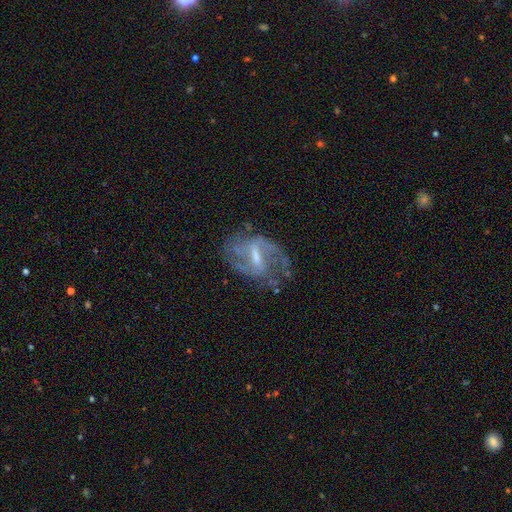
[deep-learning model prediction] This is clearly a featured or disk galaxy (85%). It is clearly not viewed edge-on (96%). Bar: possibly weak (48%). Spiral arm pattern: clearly yes (92%). Spiral arm count: likely 2 (71%). Spiral winding: possibly medium (49%). Central bulge: marginally small (44%). Merging: likely none (63%).